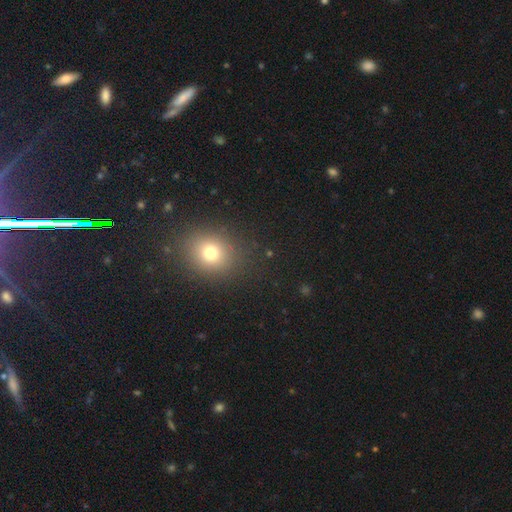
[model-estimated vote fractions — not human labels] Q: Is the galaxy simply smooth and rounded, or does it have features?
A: smooth — 50%.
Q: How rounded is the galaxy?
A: round — 71%.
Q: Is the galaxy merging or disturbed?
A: none — 89%.